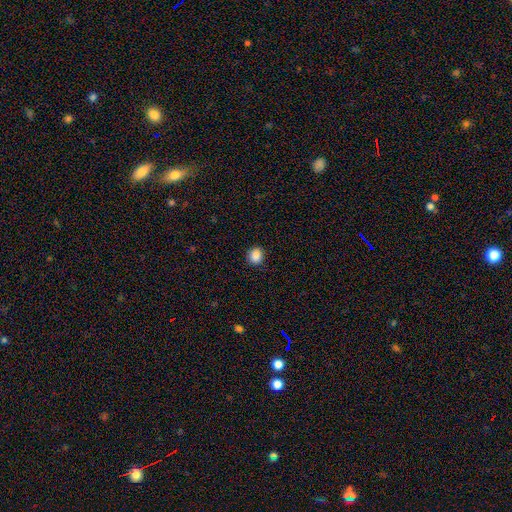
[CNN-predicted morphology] The model was most divided on "how rounded": round: 69%, in between: 30%, cigar-shaped: 1%. More confident: merging — none (89%); smooth or featured — smooth (88%).